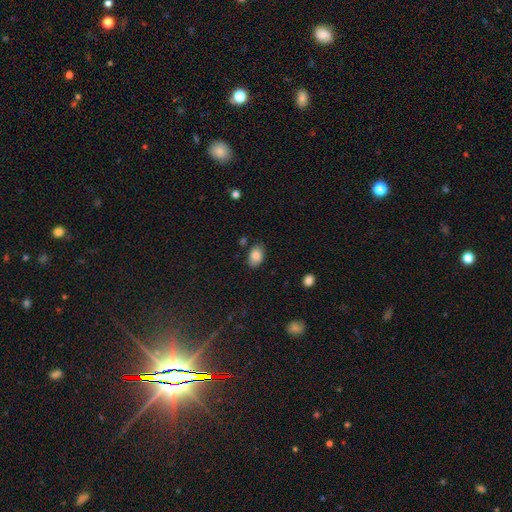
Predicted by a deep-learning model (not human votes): Smooth or featured? Predicted: smooth (p=0.85). How rounded? Predicted: in between (p=0.87). Merging? Predicted: none (p=0.80).